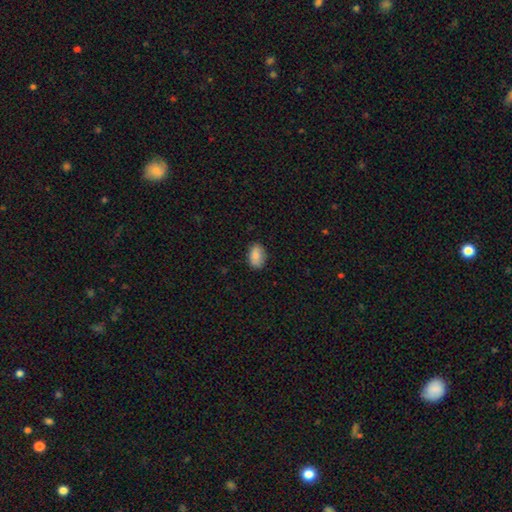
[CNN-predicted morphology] smooth 87%, star or artifact 7%, featured or disk 6%. Down the decision tree: how rounded — in between (88%); merging — none (83%).